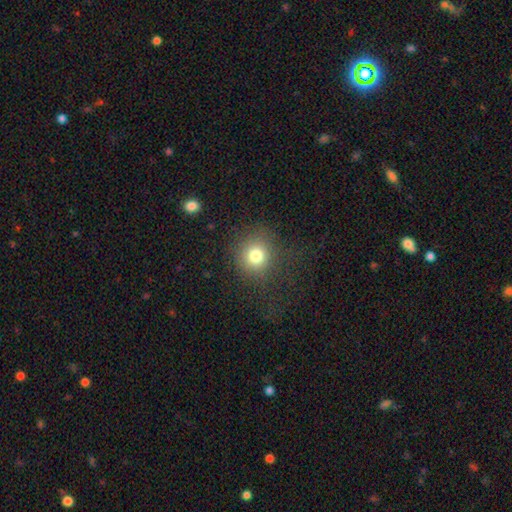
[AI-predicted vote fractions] Overall: smooth (78%). How rounded: round (90%). Merging: none (83%).